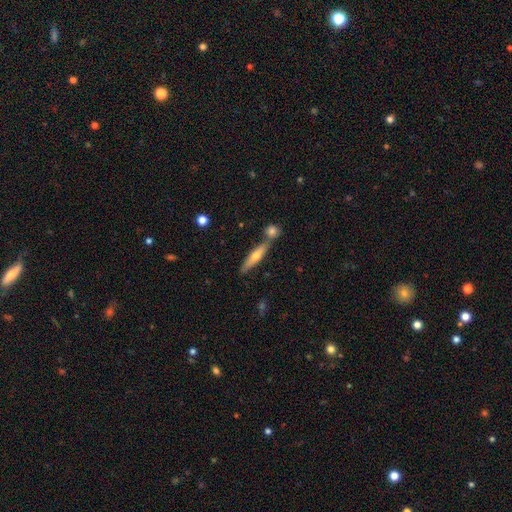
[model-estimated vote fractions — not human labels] smooth-or-featured: featured or disk: 47% (tied) | smooth: 47% (tied) | star or artifact: 6%
  merging: none: 68% | merger: 19% | minor disturbance: 11% | major disturbance: 3%